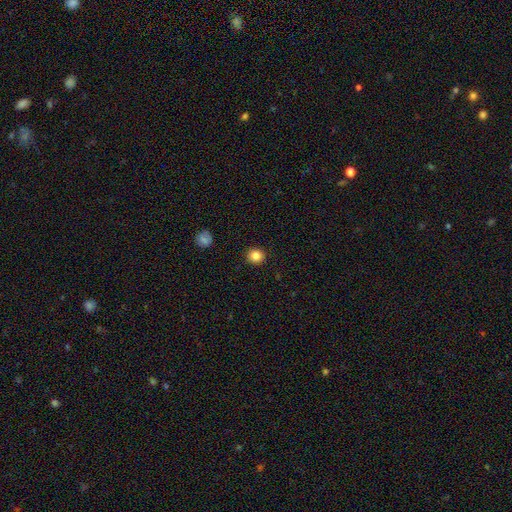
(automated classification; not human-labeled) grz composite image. It shows a smooth galaxy with no disk features (85%) that is round (91%). Merging: none (92%).